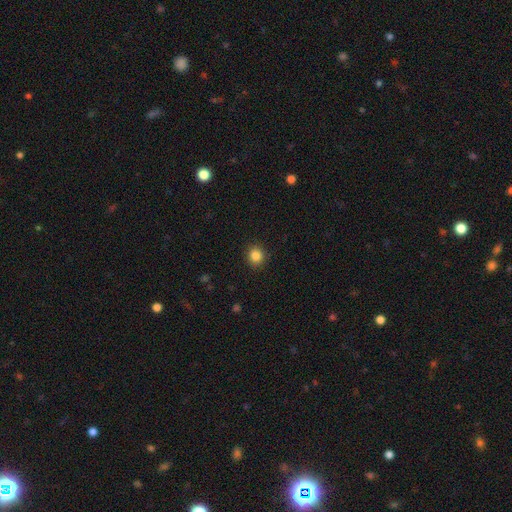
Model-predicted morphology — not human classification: Smooth or featured? smooth (86%)
How rounded? round (88%)
Merging? none (91%)